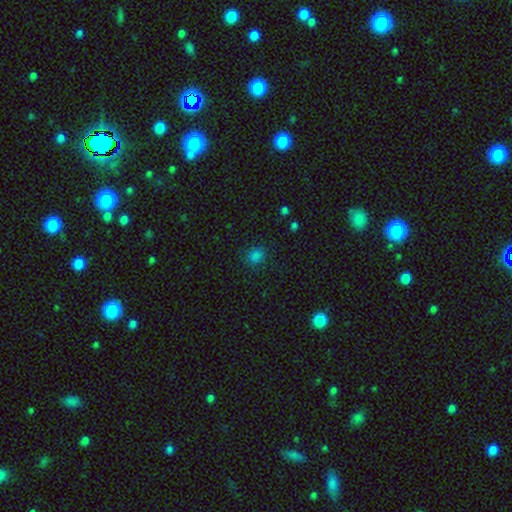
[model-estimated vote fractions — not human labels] A smooth galaxy with no disk features (80%) that is round (68%). Merging: none (83%).